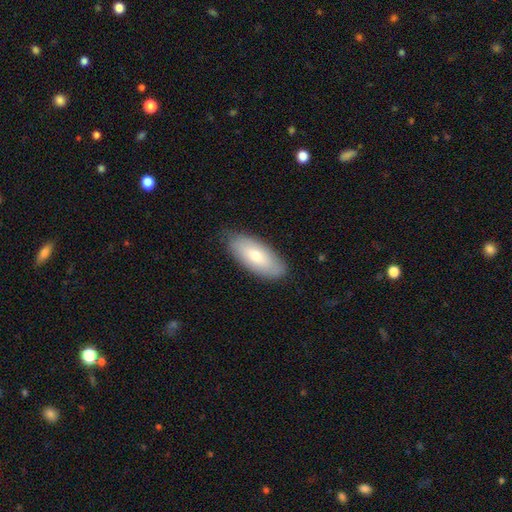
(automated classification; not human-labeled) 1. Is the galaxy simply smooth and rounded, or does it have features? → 69% smooth, 25% featured or disk, 6% star or artifact.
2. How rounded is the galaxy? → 87% in between, 11% cigar-shaped, 2% round.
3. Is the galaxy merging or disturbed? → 84% none, 13% minor disturbance, 3% major disturbance, 1% merger.